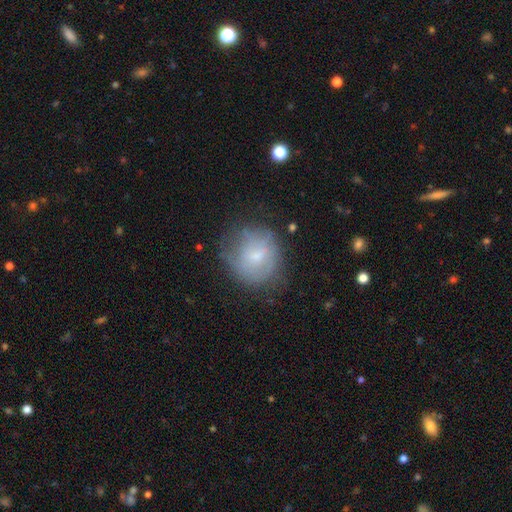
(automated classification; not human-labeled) A smooth galaxy with no disk features (56%) that is round (78%). Merging: none (62%).